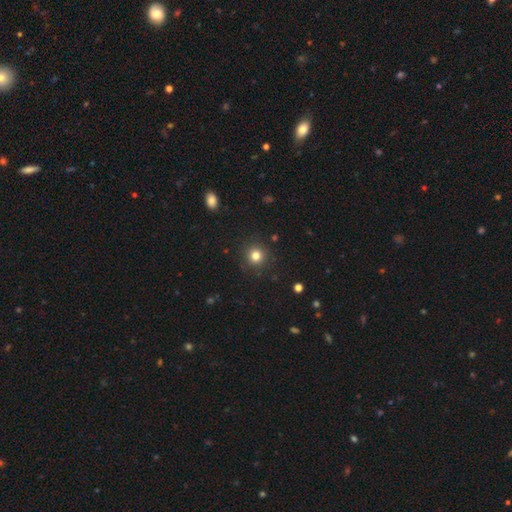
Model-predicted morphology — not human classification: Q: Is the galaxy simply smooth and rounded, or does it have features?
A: smooth — 81%.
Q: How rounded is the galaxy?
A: round — 93%.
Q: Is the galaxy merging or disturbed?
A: none — 90%.